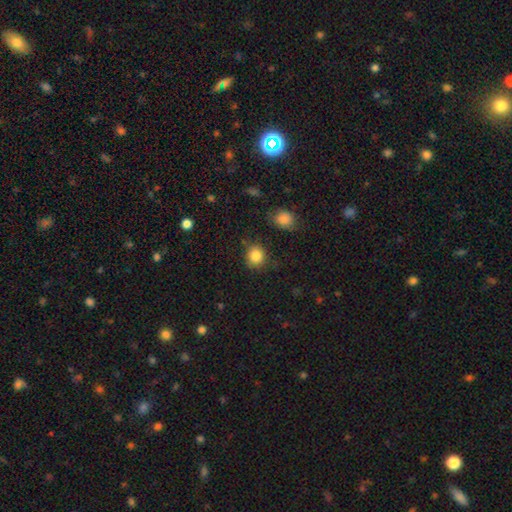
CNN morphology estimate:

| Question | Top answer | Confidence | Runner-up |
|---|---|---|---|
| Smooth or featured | smooth | 85% | star or artifact (10%) |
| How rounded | round | 82% | in between (17%) |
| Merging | none | 77% | minor disturbance (15%) |